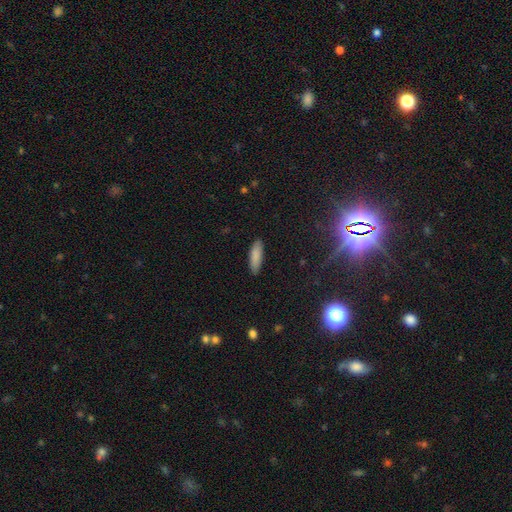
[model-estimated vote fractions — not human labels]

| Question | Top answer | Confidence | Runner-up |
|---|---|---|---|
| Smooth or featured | smooth | 87% | featured or disk (7%) |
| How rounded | in between | 50% | cigar-shaped (49%) |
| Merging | none | 89% | minor disturbance (8%) |